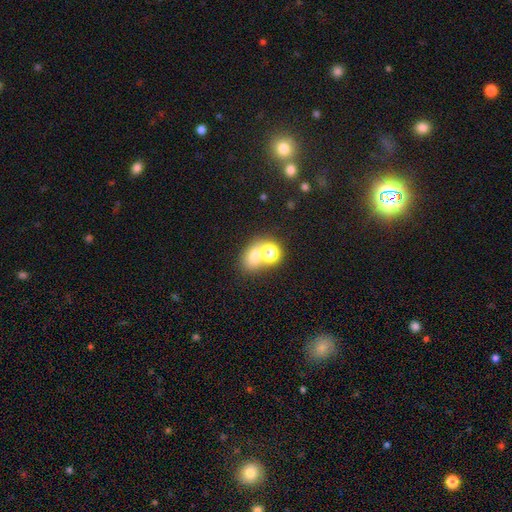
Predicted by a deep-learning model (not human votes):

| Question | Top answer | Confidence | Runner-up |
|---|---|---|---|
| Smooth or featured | smooth | 65% | star or artifact (21%) |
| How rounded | round | 55% | in between (44%) |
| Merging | none | 45% | merger (42%) |